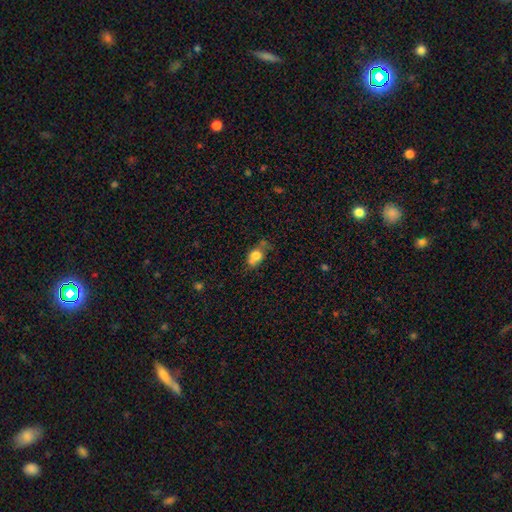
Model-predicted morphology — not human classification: Smooth or featured: smooth — 75% (featured or disk — 15%)
How rounded: in between — 63% (round — 34%)
Merging: none — 37% (minor disturbance — 27%)